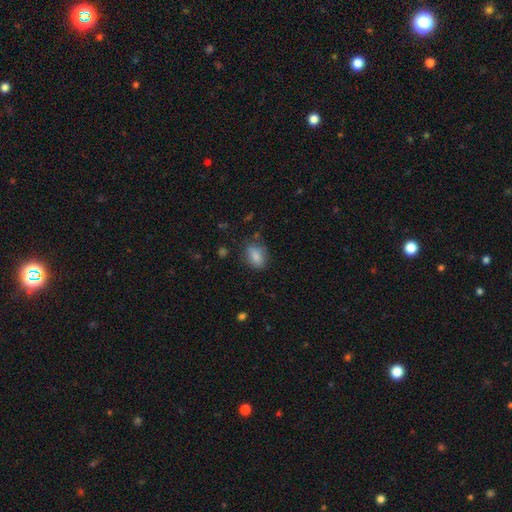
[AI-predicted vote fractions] The model was most divided on "merging": none: 72%, minor disturbance: 20%, major disturbance: 5%, merger: 2%. More confident: smooth or featured — smooth (81%); how rounded — in between (78%).